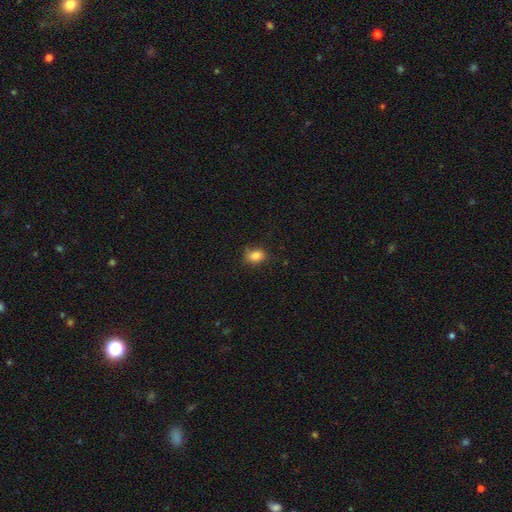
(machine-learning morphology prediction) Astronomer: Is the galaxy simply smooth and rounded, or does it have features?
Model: smooth — 83%.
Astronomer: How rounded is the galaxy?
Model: in between — 62%.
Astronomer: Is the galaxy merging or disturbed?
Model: none — 75%.